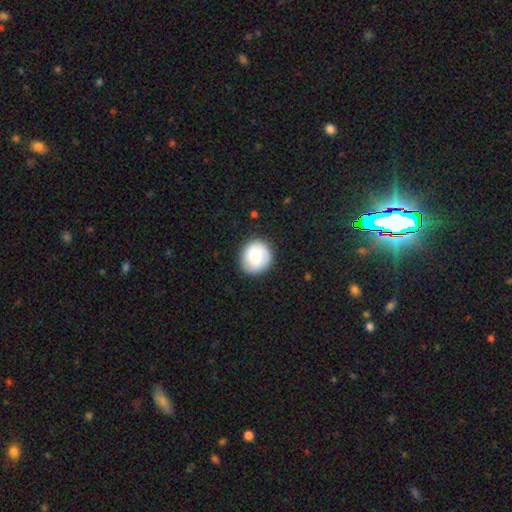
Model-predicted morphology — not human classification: Smooth or featured? Predicted: smooth (p=0.85). How rounded? Predicted: round (p=0.87). Merging? Predicted: none (p=0.84).